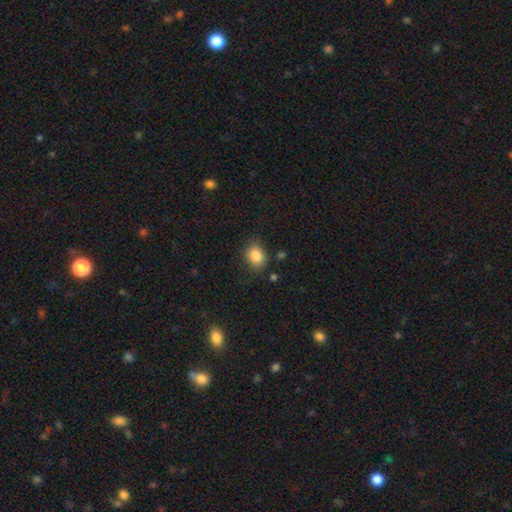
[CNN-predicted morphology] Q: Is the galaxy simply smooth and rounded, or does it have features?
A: smooth — 84%.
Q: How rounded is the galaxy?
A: in between — 54%.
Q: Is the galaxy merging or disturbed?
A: none — 77%.